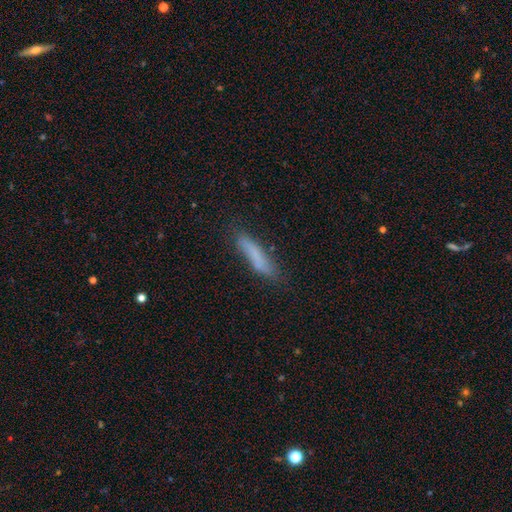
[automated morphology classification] The model was most divided on "smooth or featured": smooth: 73%, featured or disk: 19%, star or artifact: 8%. More confident: how rounded — cigar-shaped (86%); merging — none (74%).